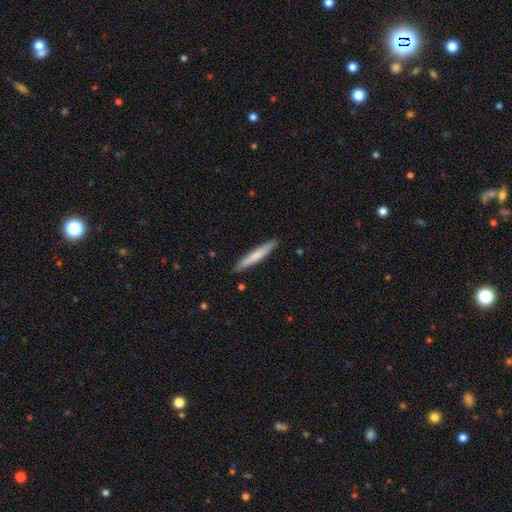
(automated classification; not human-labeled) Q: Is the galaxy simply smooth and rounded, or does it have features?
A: smooth — 67%.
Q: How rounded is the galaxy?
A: cigar-shaped — 95%.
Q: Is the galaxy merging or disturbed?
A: none — 90%.